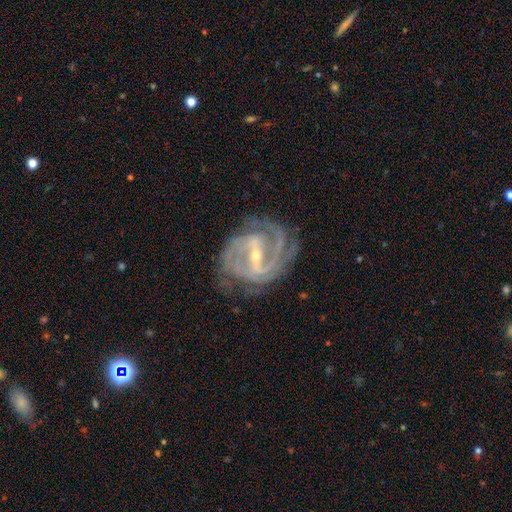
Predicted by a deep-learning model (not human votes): Smooth or featured?
  - featured or disk: 92% *
  - star or artifact: 5%
  - smooth: 3%
Edge-on disk?
  - no: 97% *
  - yes: 3%
Bar?
  - strong: 65% *
  - weak: 28%
  - no: 7%
Spiral arms?
  - yes: 98% *
  - no: 2%
Spiral winding?
  - tight: 47% *
  - medium: 45%
  - loose: 8%
Spiral arm count?
  - 2: 48% *
  - 3: 26%
  - can't tell: 10%
  - 4: 8%
  - 1: 4%
  - more than 4: 4%
Bulge size?
  - small: 62% *
  - moderate: 34%
  - none: 1%
  - large: 1%
  - dominant: 1%
Merging?
  - none: 71% *
  - minor disturbance: 18%
  - major disturbance: 9%
  - merger: 2%